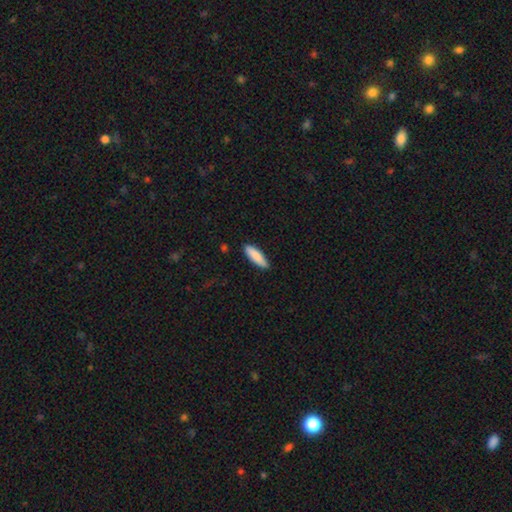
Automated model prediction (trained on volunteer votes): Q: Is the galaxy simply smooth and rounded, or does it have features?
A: smooth — 87%.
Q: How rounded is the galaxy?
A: cigar-shaped — 63%.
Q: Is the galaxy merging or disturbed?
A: none — 88%.